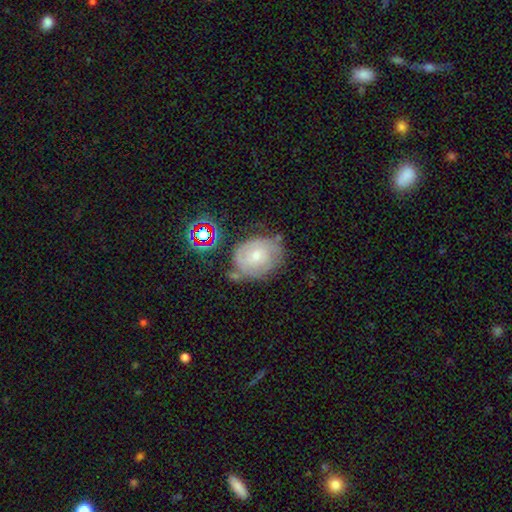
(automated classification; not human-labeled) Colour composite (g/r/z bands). It shows a featured or disk galaxy (56%) with no bar (67%), spiral arms (80%) and a small central bulge (50%). Merging: none (53%).